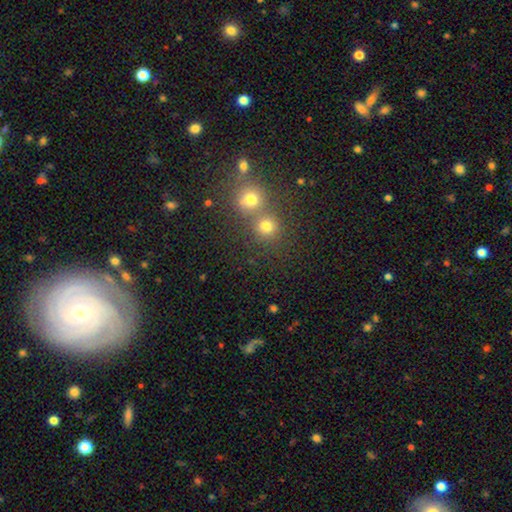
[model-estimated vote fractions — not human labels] Overall: smooth (43%; star or artifact 32%). Merging: none (62%; merger 24%).